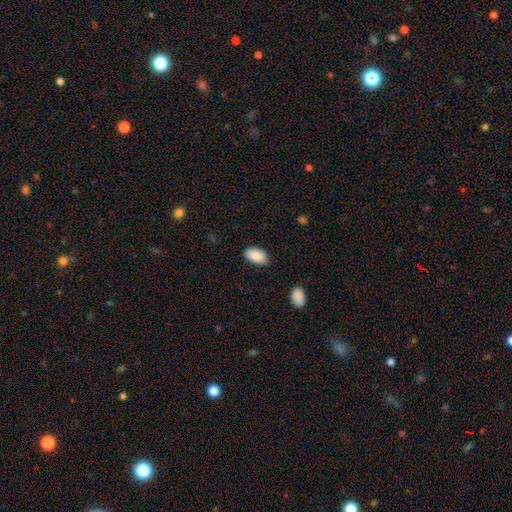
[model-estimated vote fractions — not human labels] Morphology: type=smooth (90%); roundness=in between (95%); merging=none (84%).